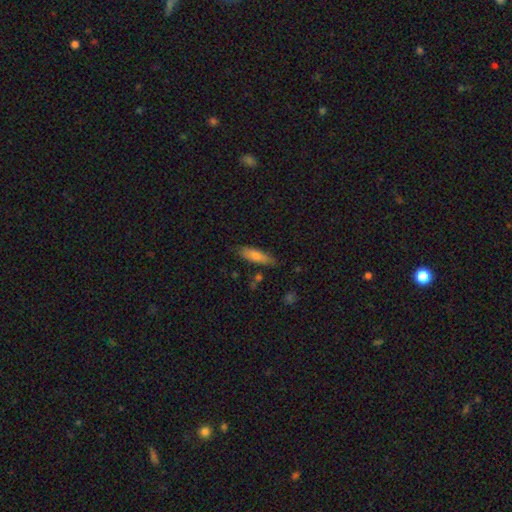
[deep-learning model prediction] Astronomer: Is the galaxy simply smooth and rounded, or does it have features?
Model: smooth — 75%.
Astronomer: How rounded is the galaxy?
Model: cigar-shaped — 56% (runner-up: in between, 43%).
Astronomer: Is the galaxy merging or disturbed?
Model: none — 78%.